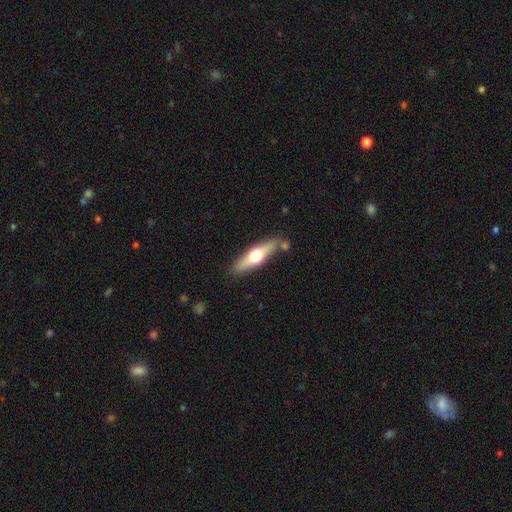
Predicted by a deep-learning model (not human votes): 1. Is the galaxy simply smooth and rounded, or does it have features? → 53% featured or disk, 41% smooth, 5% star or artifact.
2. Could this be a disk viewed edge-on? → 92% yes, 8% no.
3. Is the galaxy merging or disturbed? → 79% none, 12% minor disturbance, 6% merger, 3% major disturbance.